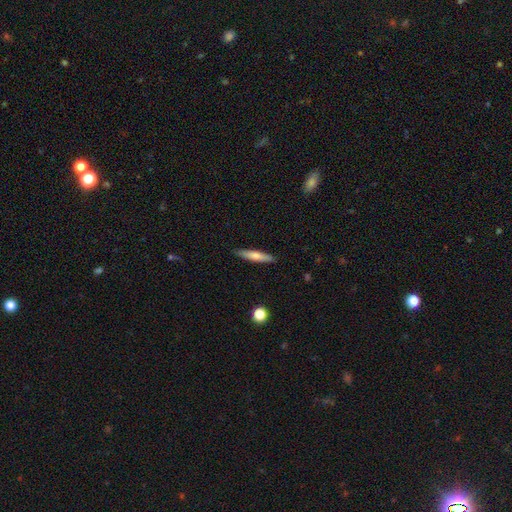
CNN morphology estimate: Q: Smooth or featured?
A: smooth (64%); runner-up: featured or disk (30%)
Q: How rounded?
A: cigar-shaped (86%); runner-up: in between (13%)
Q: Merging?
A: none (87%); runner-up: minor disturbance (10%)